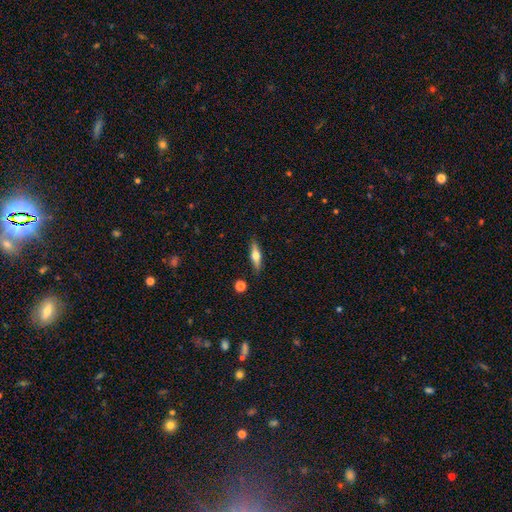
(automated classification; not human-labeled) A smooth galaxy with no disk features (48%). Merging: none (87%).